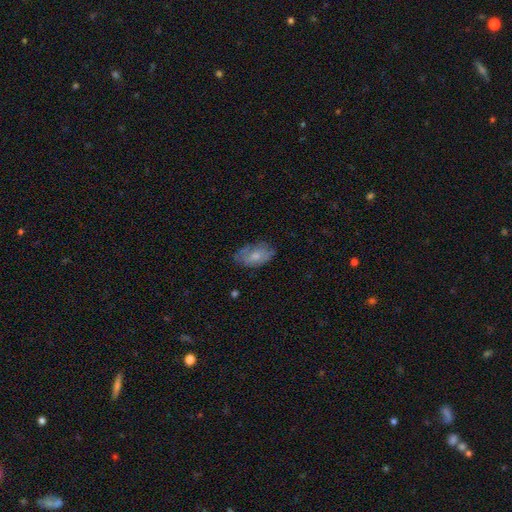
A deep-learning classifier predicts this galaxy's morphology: Smooth or featured? Predicted: smooth (p=0.67). How rounded? Predicted: in between (p=0.92). Merging? Predicted: none (p=0.63).